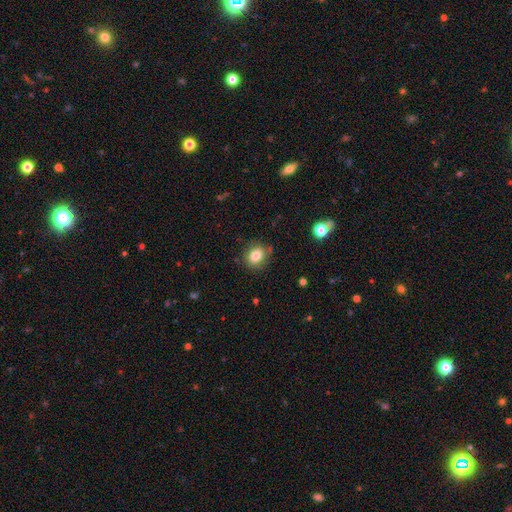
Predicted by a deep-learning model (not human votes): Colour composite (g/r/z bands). It shows a smooth galaxy with no disk features (81%) that is round (53%). Merging: none (79%).